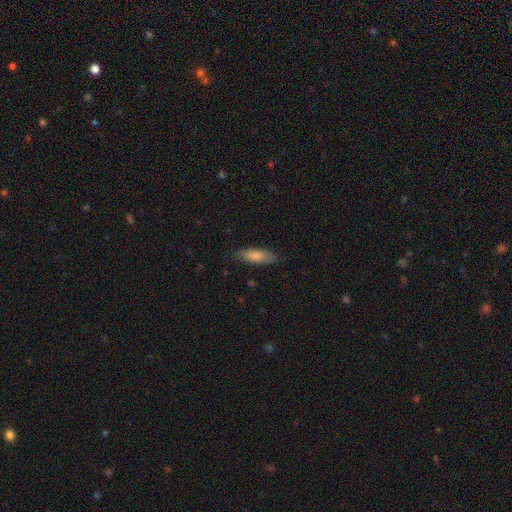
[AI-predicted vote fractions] smooth-or-featured: smooth: 80% | featured or disk: 15% | star or artifact: 6%
  how-rounded: in between: 53% | cigar-shaped: 45% | round: 2%
  merging: none: 82% | minor disturbance: 15% | major disturbance: 3% | merger: 1%